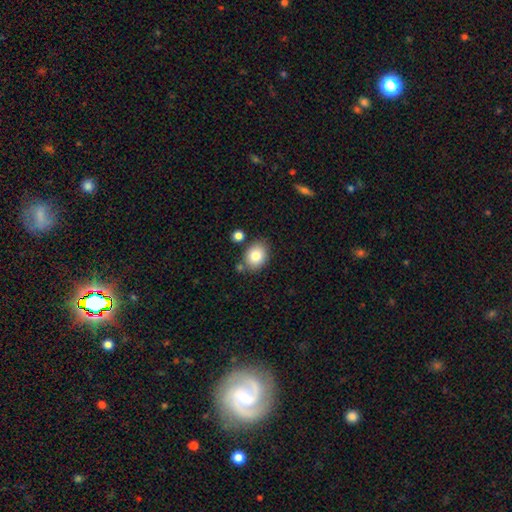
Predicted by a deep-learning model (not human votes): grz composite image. It shows a smooth galaxy with no disk features (83%) that is in between round and cigar-shaped (55%). Merging: none (76%).